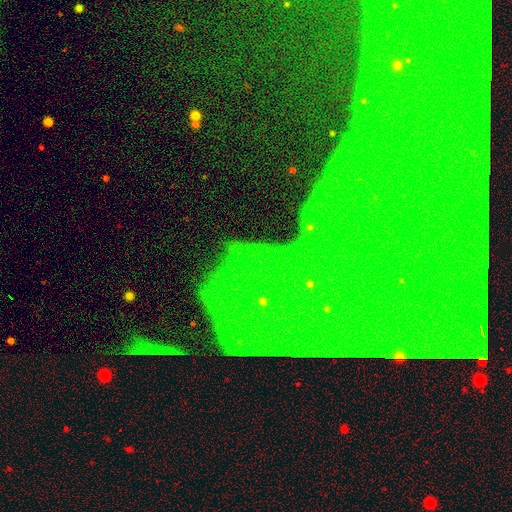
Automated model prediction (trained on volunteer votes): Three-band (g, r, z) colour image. It shows a star or artifact, not a galaxy (83%).